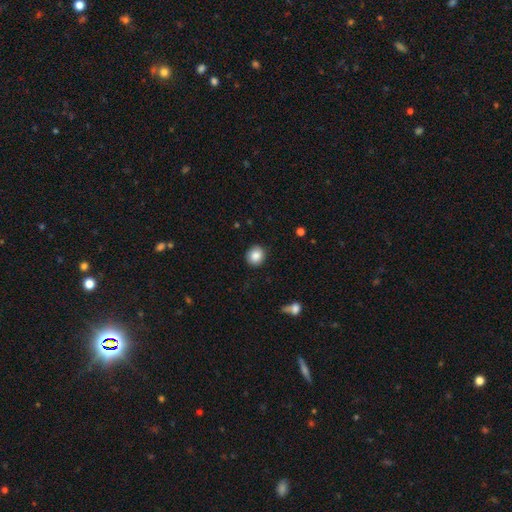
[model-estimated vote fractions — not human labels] This is clearly a smooth galaxy (86%). How rounded: clearly round (82%). Merging: clearly none (89%).